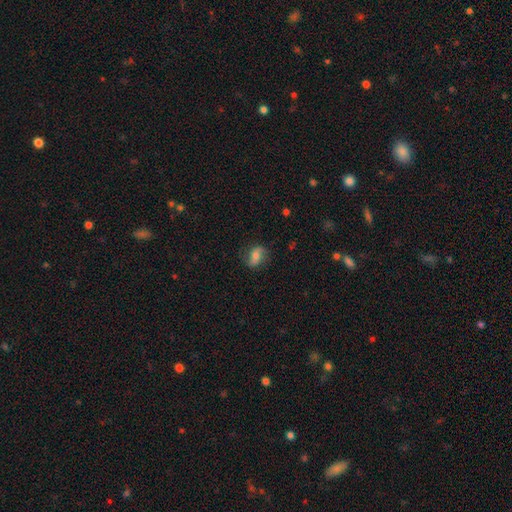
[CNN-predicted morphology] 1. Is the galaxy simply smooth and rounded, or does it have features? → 52% featured or disk, 39% smooth, 9% star or artifact.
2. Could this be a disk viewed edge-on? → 94% no, 6% yes.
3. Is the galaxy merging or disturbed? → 78% none, 16% minor disturbance, 5% major disturbance, 1% merger.